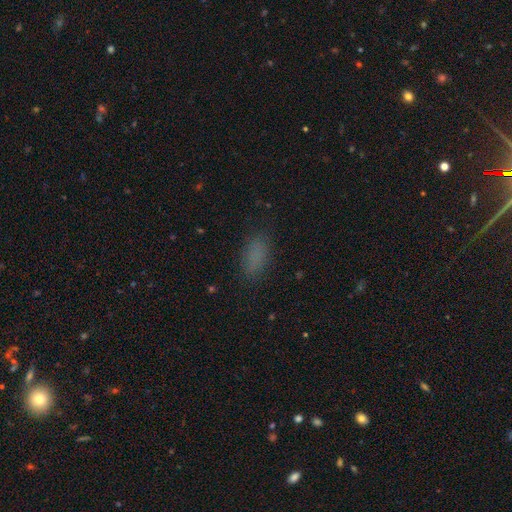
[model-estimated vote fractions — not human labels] A smooth galaxy with no disk features (81%) that is in between round and cigar-shaped (85%). Merging: none (81%).